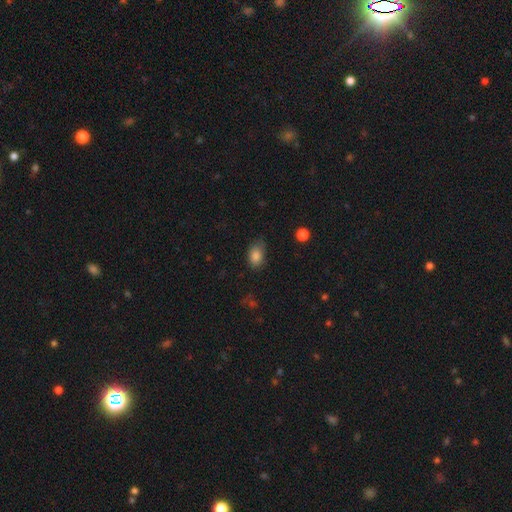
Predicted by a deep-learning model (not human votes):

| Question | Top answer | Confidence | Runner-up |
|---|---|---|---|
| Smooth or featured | smooth | 85% | star or artifact (9%) |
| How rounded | in between | 84% | round (14%) |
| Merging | none | 65% | minor disturbance (27%) |